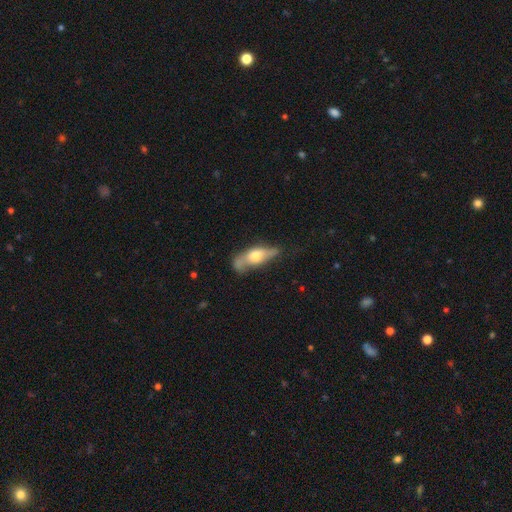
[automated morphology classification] Q: Smooth or featured?
A: featured or disk (48%); runner-up: smooth (46%)
Q: Merging?
A: none (49%); runner-up: minor disturbance (29%)